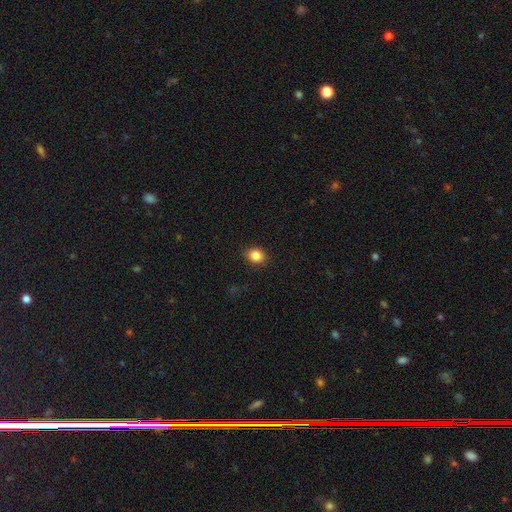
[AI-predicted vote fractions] smooth-or-featured: smooth: 86% | star or artifact: 10% | featured or disk: 4%
  how-rounded: round: 56% | in between: 43% | cigar-shaped: 1%
  merging: none: 89% | minor disturbance: 8% | major disturbance: 2% | merger: 1%